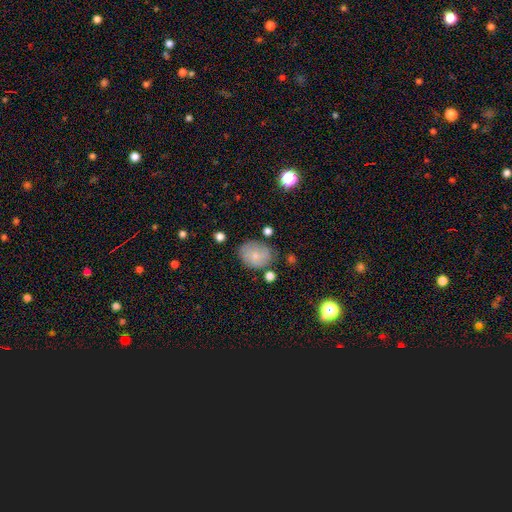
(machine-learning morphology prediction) type=smooth (73%); roundness=round (51%); merging=none (65%).